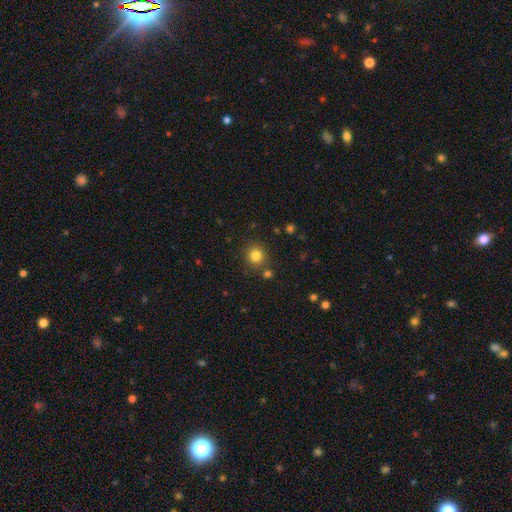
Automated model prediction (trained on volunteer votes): Overall: smooth (82%). How rounded: round (90%). Merging: none (82%).